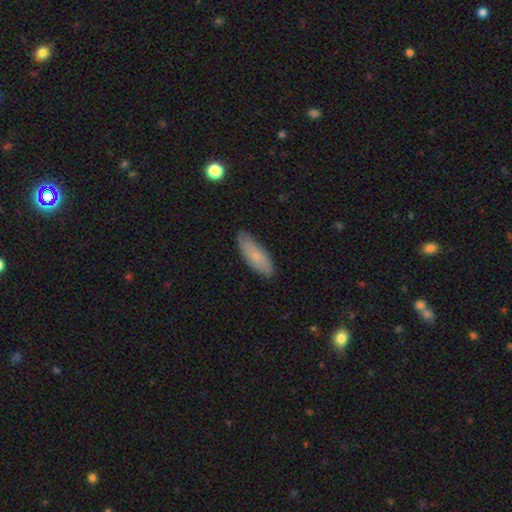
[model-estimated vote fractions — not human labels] This appears to be a smooth galaxy with no disk features (77%) that is in between round and cigar-shaped (60%). Merging: none (83%).